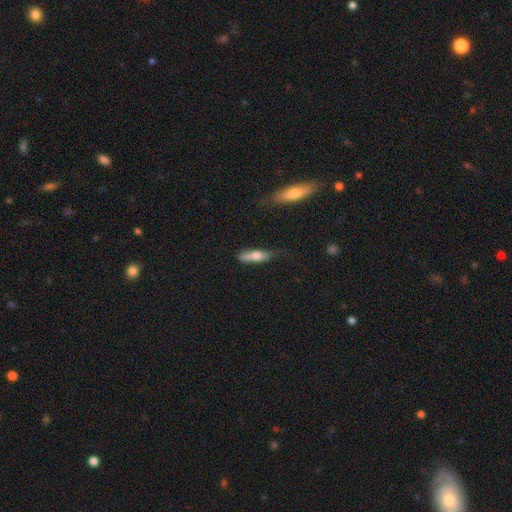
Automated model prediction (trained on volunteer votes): This is likely a smooth galaxy (68%). How rounded: likely cigar-shaped (64%). Merging: possibly none (57%).